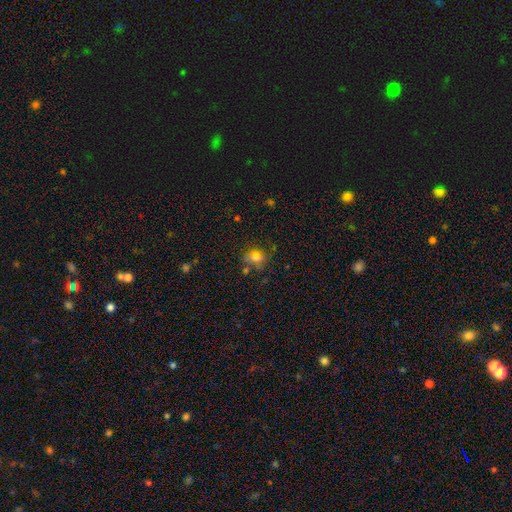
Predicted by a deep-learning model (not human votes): Smooth or featured?
  - smooth: 70% *
  - star or artifact: 15%
  - featured or disk: 15%
How rounded?
  - round: 52% *
  - in between: 46%
  - cigar-shaped: 2%
Merging?
  - none: 62% *
  - minor disturbance: 19%
  - merger: 10%
  - major disturbance: 8%